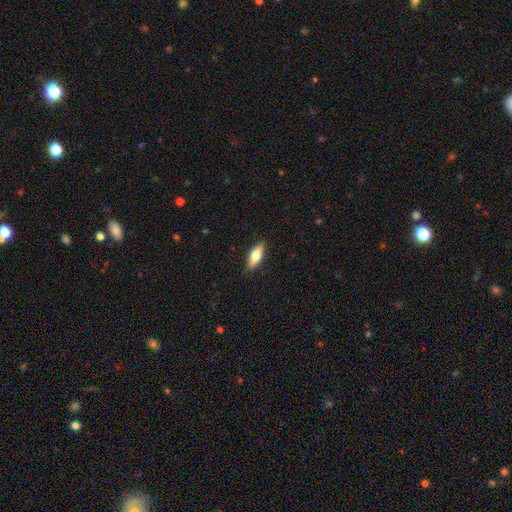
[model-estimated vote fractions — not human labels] Overall: smooth (64%; featured or disk 29%). How rounded: in between (63%; cigar-shaped 34%). Merging: none (87%).